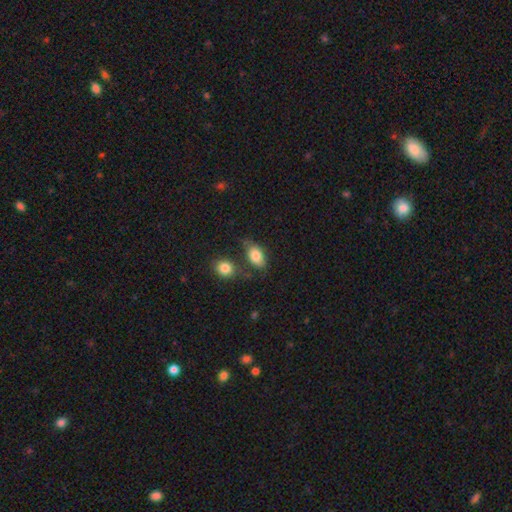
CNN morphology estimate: Q: Smooth or featured?
A: smooth (82%); runner-up: featured or disk (10%)
Q: How rounded?
A: in between (89%); runner-up: round (8%)
Q: Merging?
A: none (56%); runner-up: minor disturbance (21%)